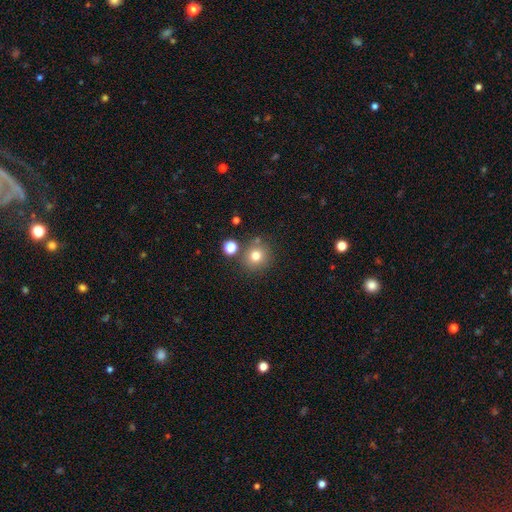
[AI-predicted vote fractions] Morphology: type=smooth (77%); roundness=round (90%); merging=none (78%).